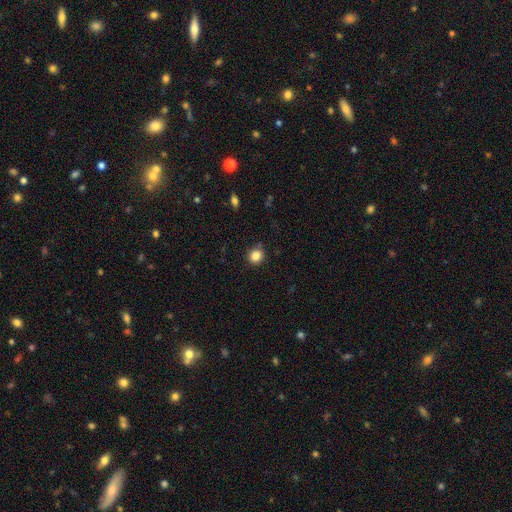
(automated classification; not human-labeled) smooth-or-featured: smooth: 85% | star or artifact: 11% | featured or disk: 4%
  how-rounded: round: 84% | in between: 15% | cigar-shaped: 1%
  merging: none: 85% | minor disturbance: 11% | major disturbance: 3% | merger: 2%